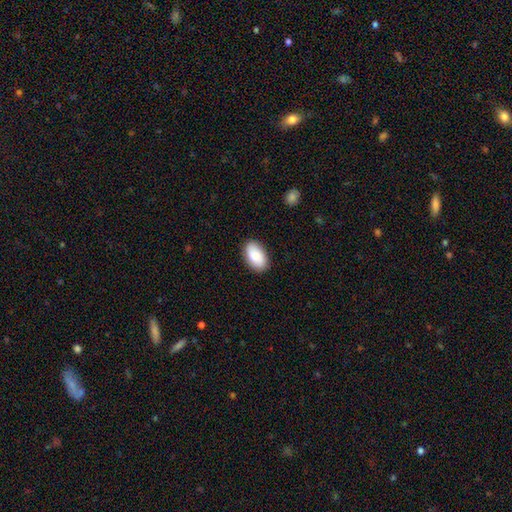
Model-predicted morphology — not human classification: smooth_or_featured: smooth (p=0.85) [alt: featured or disk p=0.09]
how_rounded: in between (p=0.94) [alt: round p=0.04]
merging: none (p=0.88) [alt: minor disturbance p=0.09]